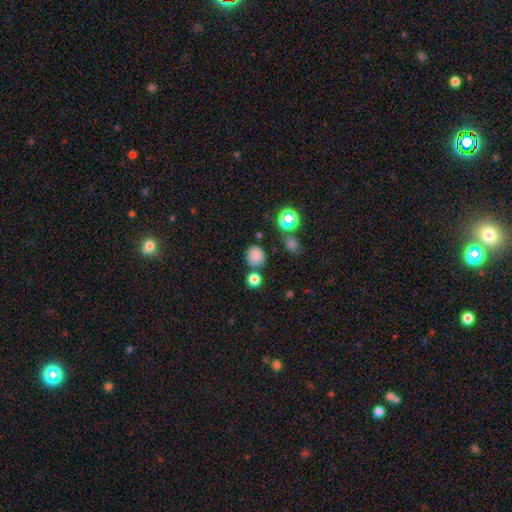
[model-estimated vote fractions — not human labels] smooth_or_featured: smooth (p=0.77) [alt: star or artifact p=0.17]
how_rounded: round (p=0.79) [alt: in between p=0.20]
merging: none (p=0.72) [alt: minor disturbance p=0.13]